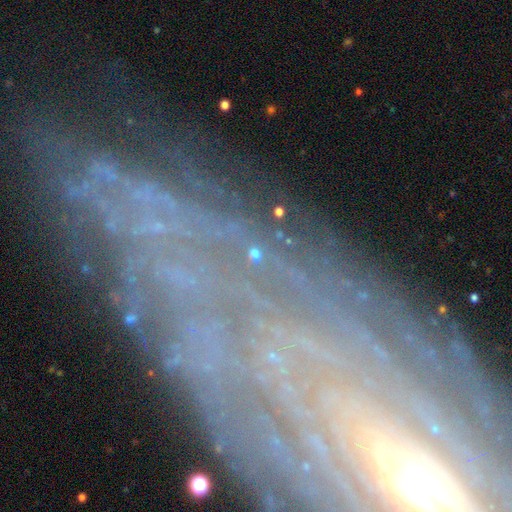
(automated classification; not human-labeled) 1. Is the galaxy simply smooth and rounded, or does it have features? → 62% star or artifact, 21% smooth, 17% featured or disk.